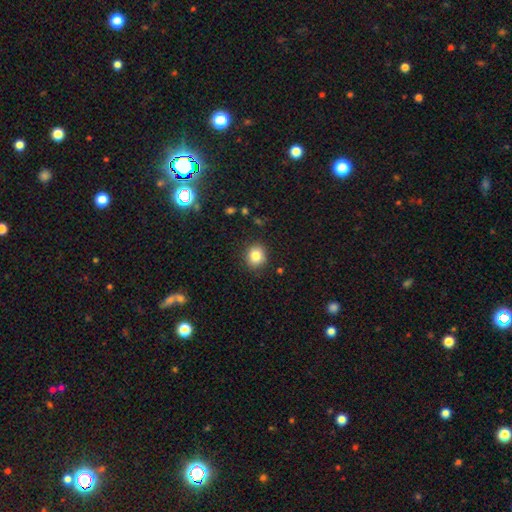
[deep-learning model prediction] A smooth galaxy with no disk features (83%) that is round (81%). Merging: none (88%).